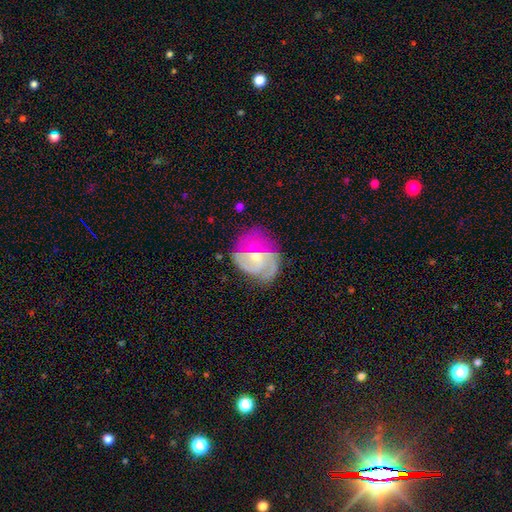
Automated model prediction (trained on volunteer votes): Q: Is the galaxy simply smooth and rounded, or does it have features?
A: featured or disk — 63%.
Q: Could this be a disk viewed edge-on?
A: no — 97%.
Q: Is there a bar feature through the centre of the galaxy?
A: no — 50%.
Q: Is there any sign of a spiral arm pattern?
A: yes — 77%.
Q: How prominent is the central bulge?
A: moderate — 48%.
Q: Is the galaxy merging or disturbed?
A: none — 53%.